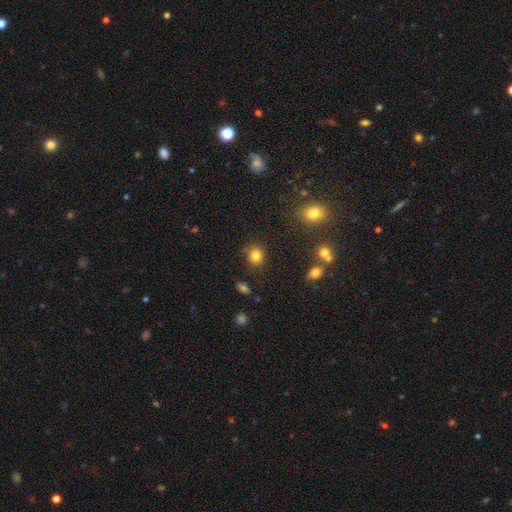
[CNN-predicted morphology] smooth 82%, star or artifact 12%, featured or disk 6%. Down the decision tree: how rounded — round (78%); merging — none (83%).